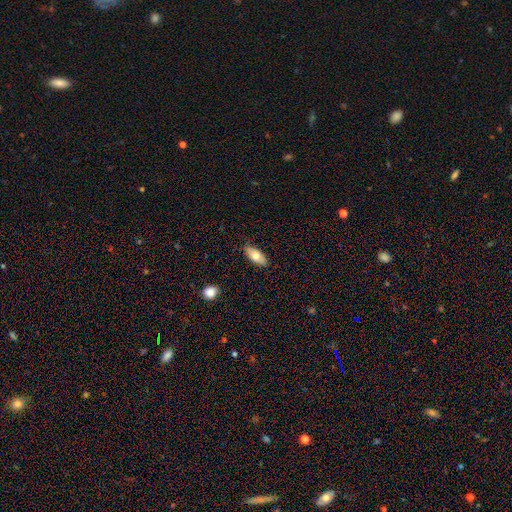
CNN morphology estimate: Smooth or featured: smooth — 74% (featured or disk — 20%)
How rounded: in between — 85% (cigar-shaped — 12%)
Merging: none — 83% (minor disturbance — 14%)